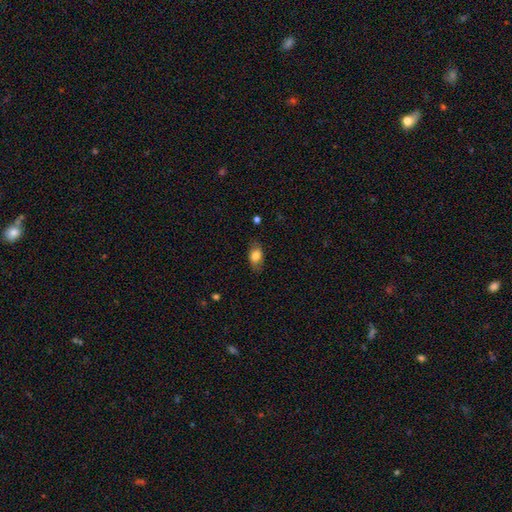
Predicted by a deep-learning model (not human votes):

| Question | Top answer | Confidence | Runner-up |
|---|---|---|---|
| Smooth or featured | smooth | 79% | featured or disk (14%) |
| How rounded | in between | 86% | round (10%) |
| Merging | none | 80% | minor disturbance (15%) |